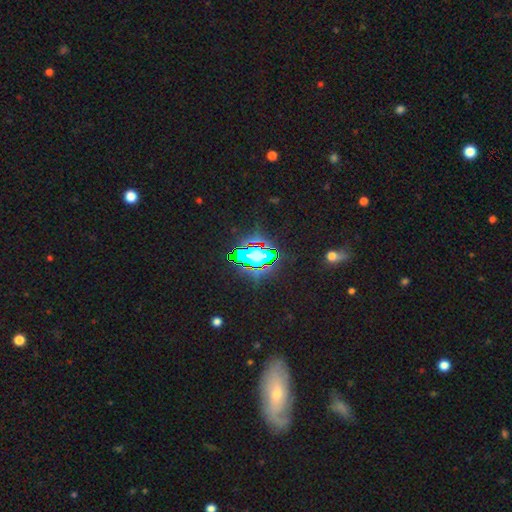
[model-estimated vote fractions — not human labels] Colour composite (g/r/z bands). It shows a star or artifact, not a galaxy (70%).